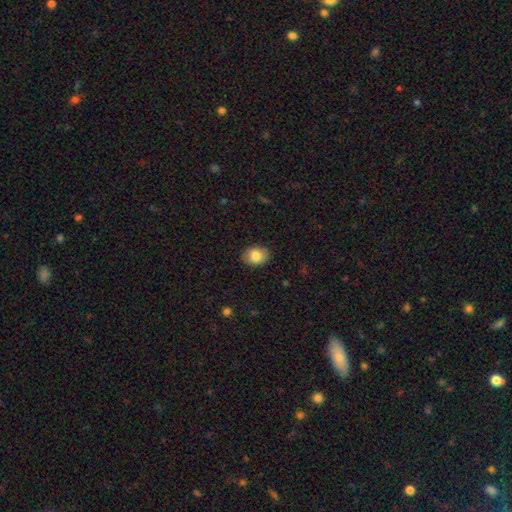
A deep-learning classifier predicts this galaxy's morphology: smooth 84%, featured or disk 8%, star or artifact 8%. Down the decision tree: how rounded — in between (58%); merging — none (87%).